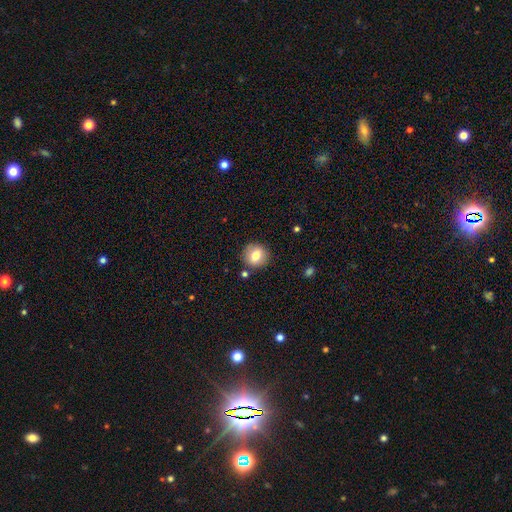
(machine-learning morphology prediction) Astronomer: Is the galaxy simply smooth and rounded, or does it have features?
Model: smooth — 75%.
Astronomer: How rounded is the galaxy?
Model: round — 87%.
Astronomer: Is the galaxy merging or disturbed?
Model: none — 85%.